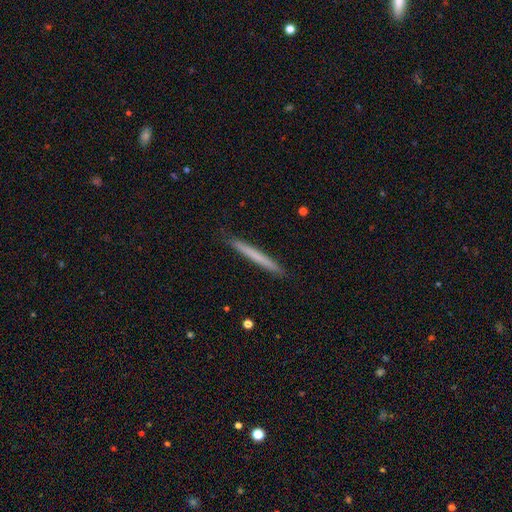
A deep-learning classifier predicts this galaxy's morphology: Q: Smooth or featured?
A: smooth (64%); runner-up: featured or disk (30%)
Q: How rounded?
A: cigar-shaped (97%); runner-up: in between (2%)
Q: Merging?
A: none (91%); runner-up: minor disturbance (7%)